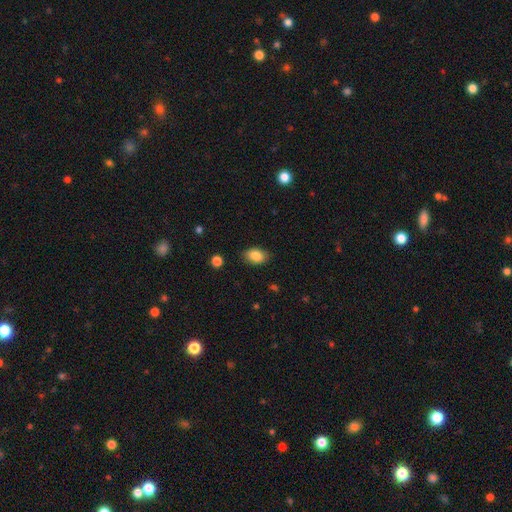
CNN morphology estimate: A smooth galaxy with no disk features (86%) that is in between round and cigar-shaped (85%). Merging: none (84%).